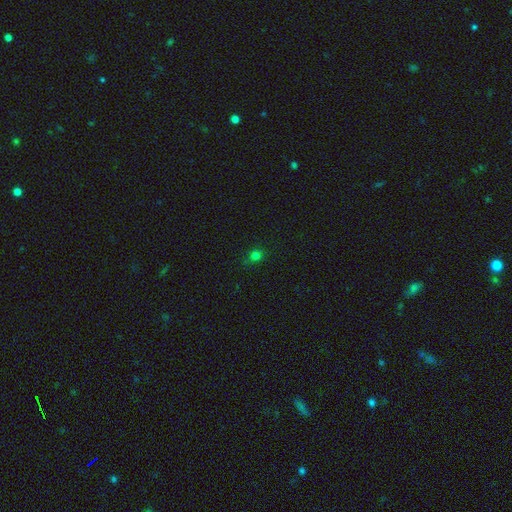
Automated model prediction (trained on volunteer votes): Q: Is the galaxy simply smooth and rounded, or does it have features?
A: smooth — 71%.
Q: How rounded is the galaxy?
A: round — 81%.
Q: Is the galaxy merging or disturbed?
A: none — 79%.